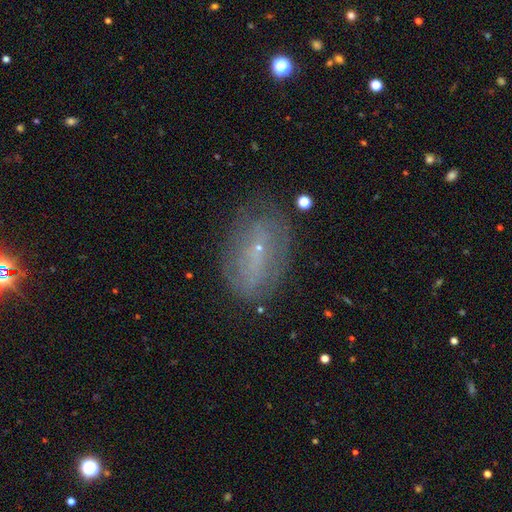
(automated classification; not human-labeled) This appears to be a featured or disk galaxy (53%). Merging: none (71%).